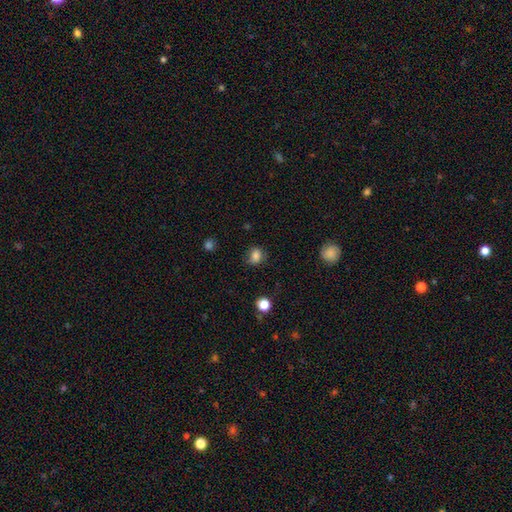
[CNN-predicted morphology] Overall: smooth (82%). How rounded: round (55%; in between 44%). Merging: none (75%).